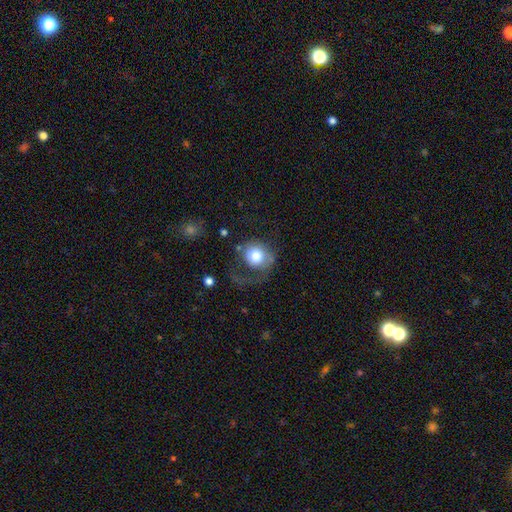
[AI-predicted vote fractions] smooth 66%, featured or disk 25%, star or artifact 8%. Down the decision tree: how rounded — round (77%); merging — major disturbance (42%).